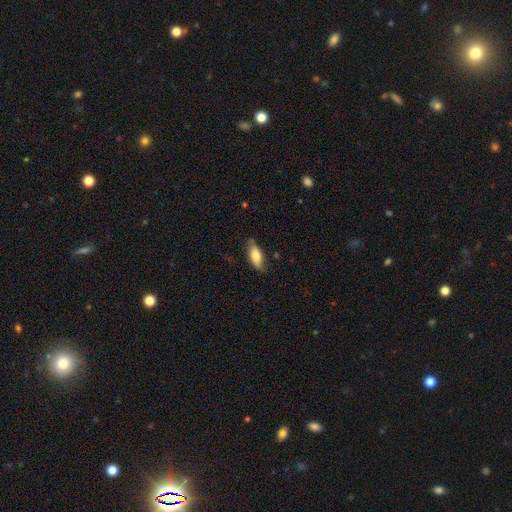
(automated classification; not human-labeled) The model was most divided on "smooth or featured": smooth: 71%, featured or disk: 22%, star or artifact: 6%. More confident: how rounded — in between (75%); merging — none (72%).